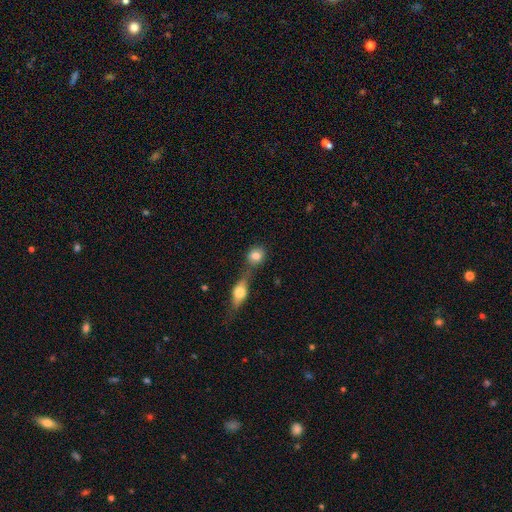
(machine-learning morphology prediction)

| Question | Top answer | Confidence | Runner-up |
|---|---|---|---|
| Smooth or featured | smooth | 81% | featured or disk (10%) |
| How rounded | round | 67% | in between (31%) |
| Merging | none | 48% | merger (39%) |